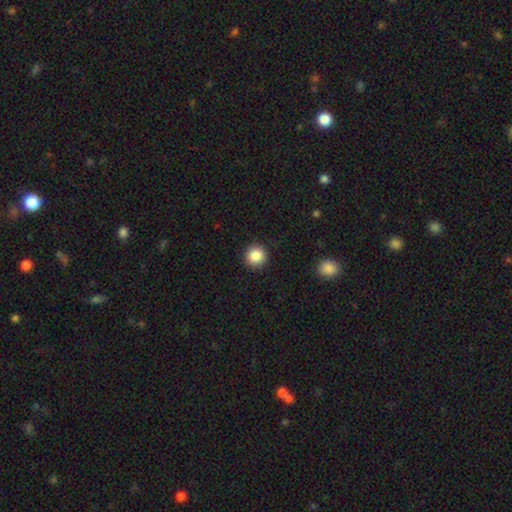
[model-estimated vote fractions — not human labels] This appears to be a smooth galaxy with no disk features (86%) that is round (95%). Merging: none (92%).